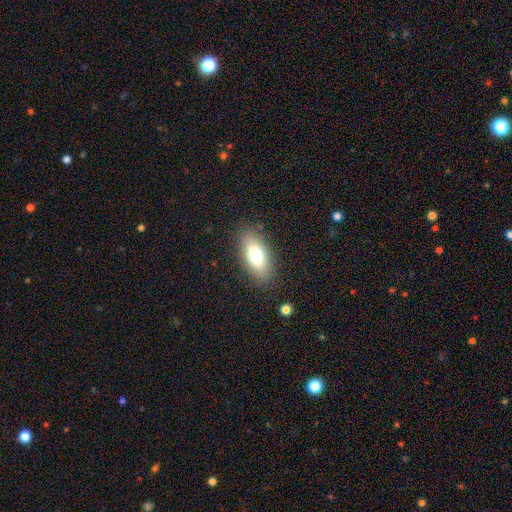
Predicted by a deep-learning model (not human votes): smooth 75%, featured or disk 16%, star or artifact 8%. Down the decision tree: how rounded — in between (86%); merging — none (85%).